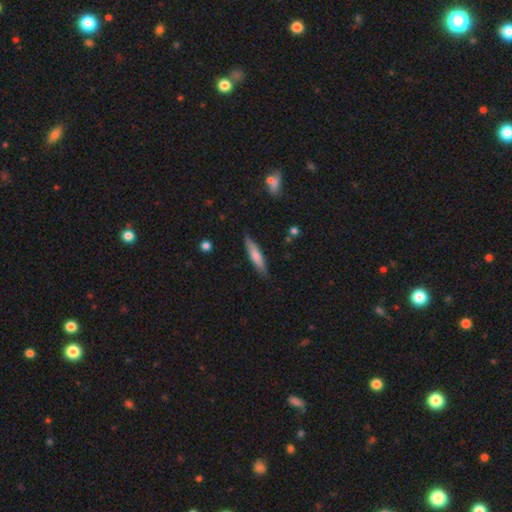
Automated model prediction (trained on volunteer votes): smooth_or_featured: smooth (p=0.69) [alt: featured or disk p=0.26]
how_rounded: cigar-shaped (p=0.83) [alt: in between p=0.16]
merging: none (p=0.85) [alt: minor disturbance p=0.11]